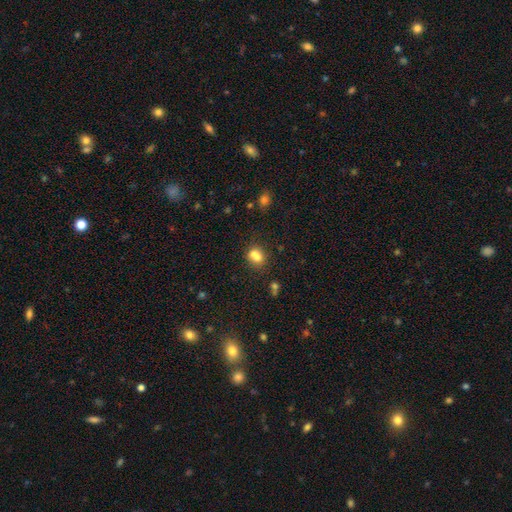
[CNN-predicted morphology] A smooth galaxy with no disk features (76%) that is in between round and cigar-shaped (54%). Merging: none (42%).